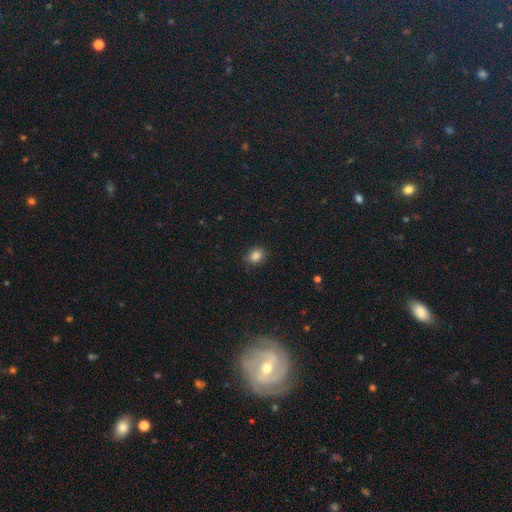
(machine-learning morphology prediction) This is clearly a smooth galaxy (84%). How rounded: possibly round (59%). Merging: clearly none (82%).